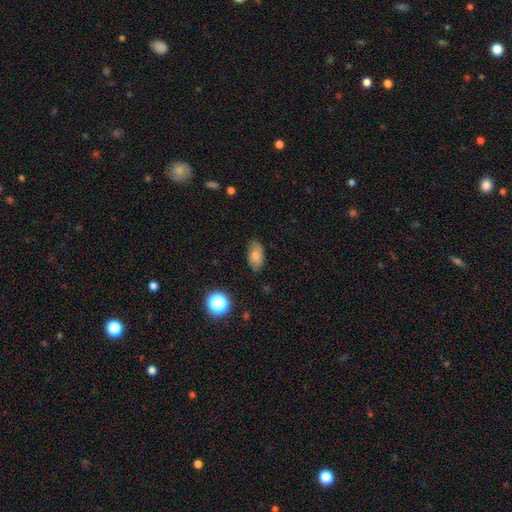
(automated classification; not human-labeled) This is likely a smooth galaxy (74%). How rounded: clearly in between (91%). Merging: clearly none (82%).